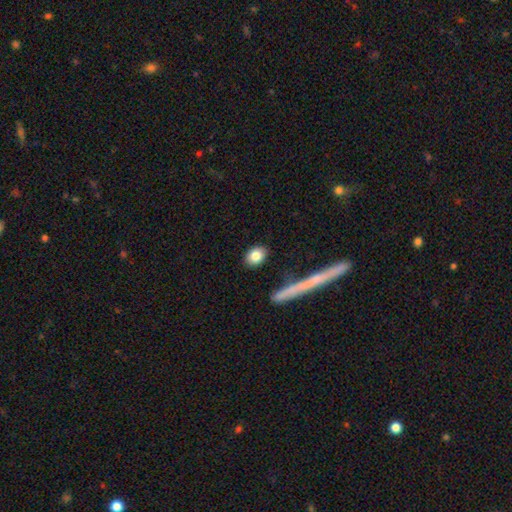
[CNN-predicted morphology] smooth 83%, featured or disk 10%, star or artifact 8%. Down the decision tree: how rounded — in between (62%); merging — none (89%).